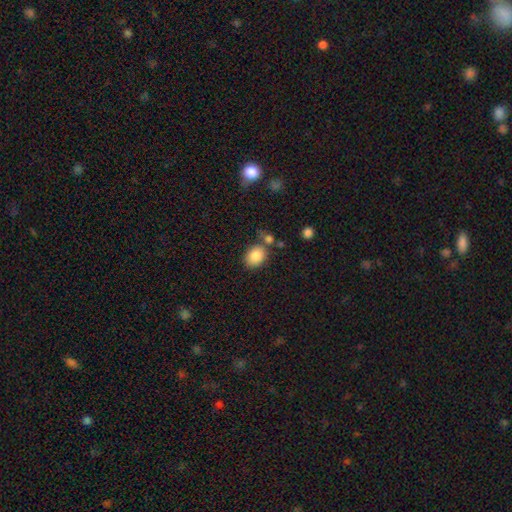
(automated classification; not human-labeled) Q: Smooth or featured?
A: smooth (86%); runner-up: star or artifact (8%)
Q: How rounded?
A: in between (60%); runner-up: round (39%)
Q: Merging?
A: none (64%); runner-up: minor disturbance (16%)